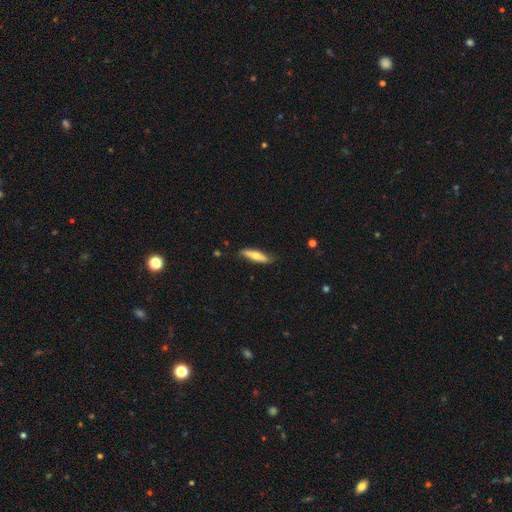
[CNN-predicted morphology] A smooth galaxy with no disk features (60%) that is cigar-shaped (70%). Merging: none (80%).